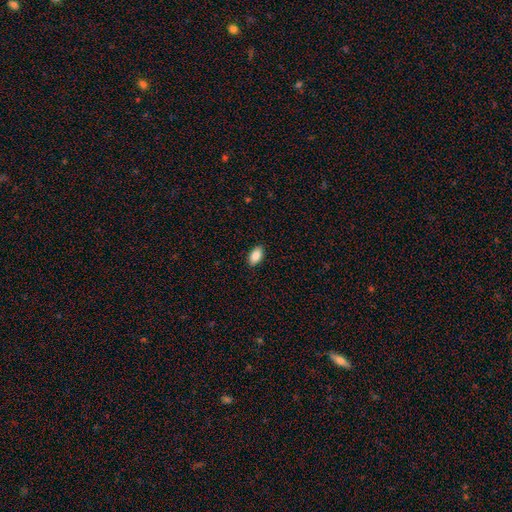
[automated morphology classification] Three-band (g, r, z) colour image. It shows a smooth galaxy with no disk features (87%) that is in between round and cigar-shaped (93%). Merging: none (90%).